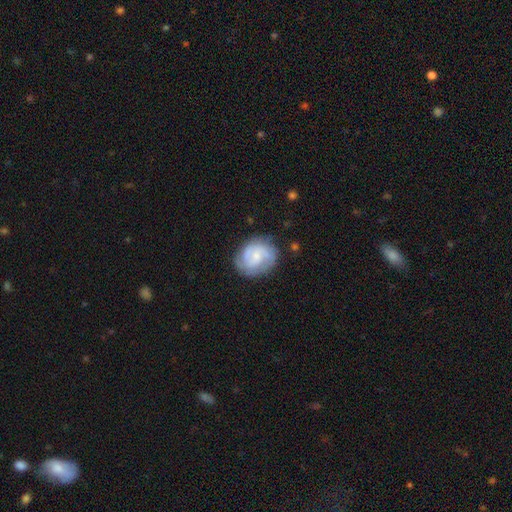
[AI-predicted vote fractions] smooth-or-featured: featured or disk: 77% | smooth: 18% | star or artifact: 6%
  disk-edge-on: no: 98% | yes: 2%
    bar: no: 55% | weak: 39% | strong: 6%
    has-spiral-arms: yes: 94% | no: 6%
      spiral-winding: tight: 53% | medium: 37% | loose: 9%
      spiral-arm-count: 2: 51% | can't tell: 20% | 3: 18% | 4: 4% | 1: 4% | more than 4: 3%
    bulge-size: small: 60% | moderate: 29% | none: 8% | large: 2% | dominant: 1%
  merging: none: 75% | minor disturbance: 17% | major disturbance: 6% | merger: 2%